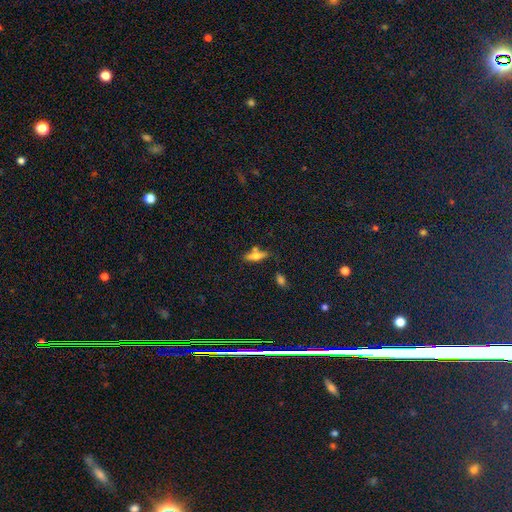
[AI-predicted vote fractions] This appears to be a smooth galaxy with no disk features (63%) that is in between round and cigar-shaped (54%). Merging: none (59%).